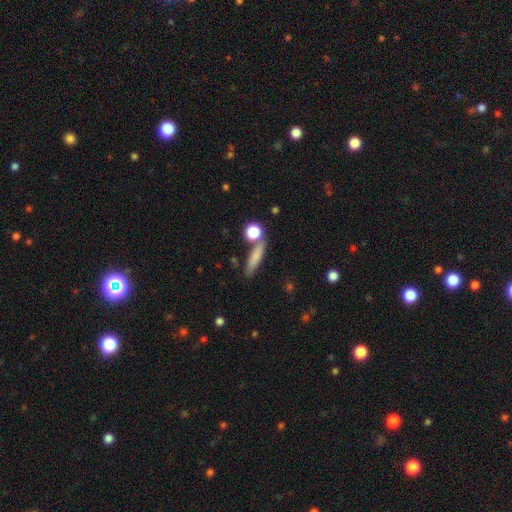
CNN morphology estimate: A smooth galaxy with no disk features (77%) that is cigar-shaped (71%). Merging: none (71%).